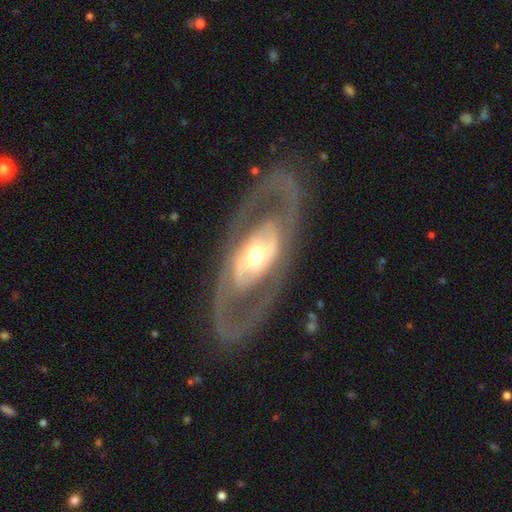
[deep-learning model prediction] A featured or disk galaxy (81%) with no bar (56%), spiral arms (51%) and a moderate central bulge (65%).

Vote fractions:
- Smooth or featured? featured or disk: 81% / smooth: 15% / star or artifact: 4%
- Edge-on disk? no: 88% / yes: 12%
- Bar? no: 56% / weak: 24% / strong: 19%
- Spiral arms? yes: 51% / no: 49%
- Bulge size? moderate: 65% / large: 18% / small: 14% / dominant: 2% / none: 1%
- Merging? none: 81% / minor disturbance: 10% / major disturbance: 8% / merger: 1%